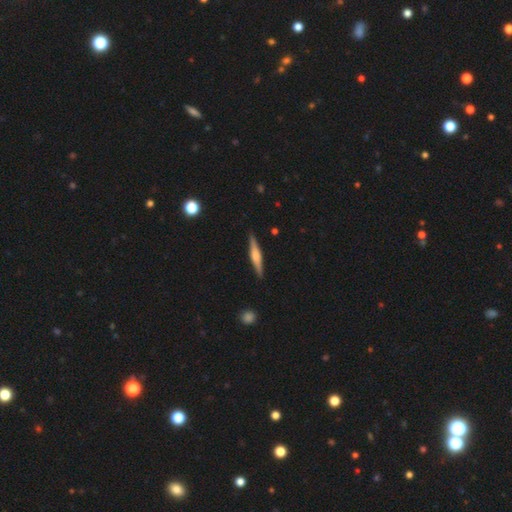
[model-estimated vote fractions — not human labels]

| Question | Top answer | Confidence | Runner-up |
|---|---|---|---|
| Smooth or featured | featured or disk | 61% | smooth (34%) |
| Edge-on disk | yes | 97% | no (3%) |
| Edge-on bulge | rounded | 68% | boxy (22%) |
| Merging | none | 90% | minor disturbance (7%) |